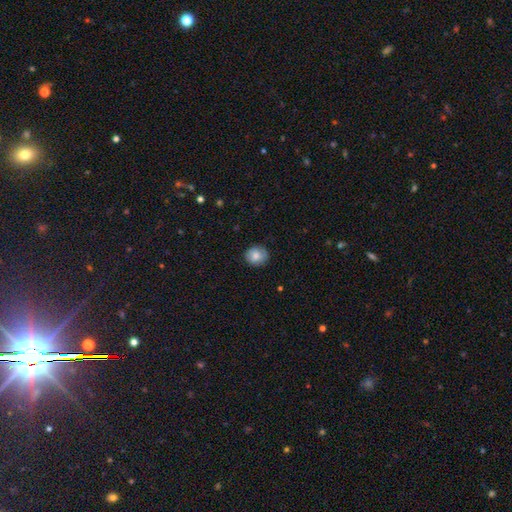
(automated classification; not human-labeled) This appears to be a smooth galaxy with no disk features (78%) that is round (80%). Merging: none (82%).